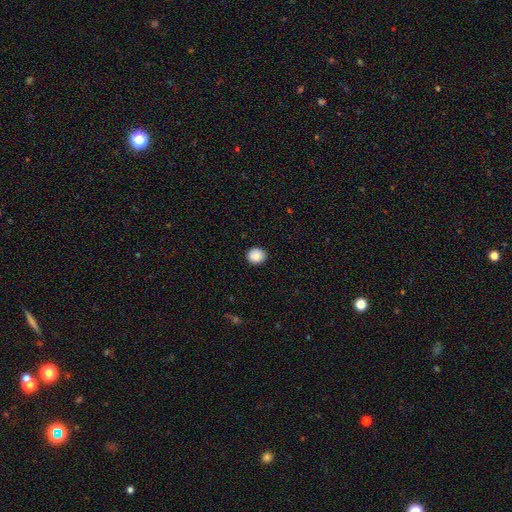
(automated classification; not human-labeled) Overall: smooth (89%). How rounded: round (86%). Merging: none (90%).